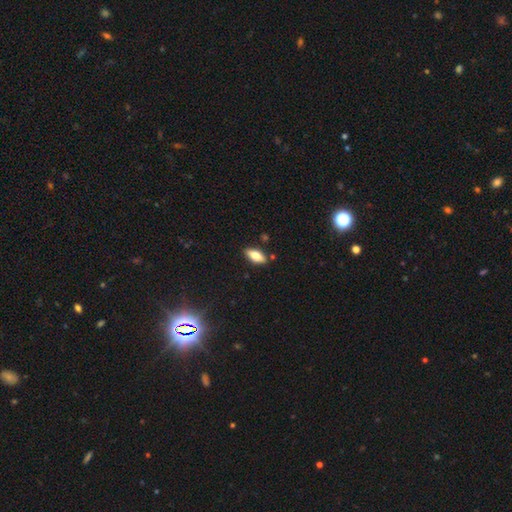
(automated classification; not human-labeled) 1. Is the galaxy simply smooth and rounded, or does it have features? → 73% smooth, 20% featured or disk, 7% star or artifact.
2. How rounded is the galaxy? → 80% in between, 18% cigar-shaped, 2% round.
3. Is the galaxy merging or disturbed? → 85% none, 10% minor disturbance, 3% merger, 2% major disturbance.